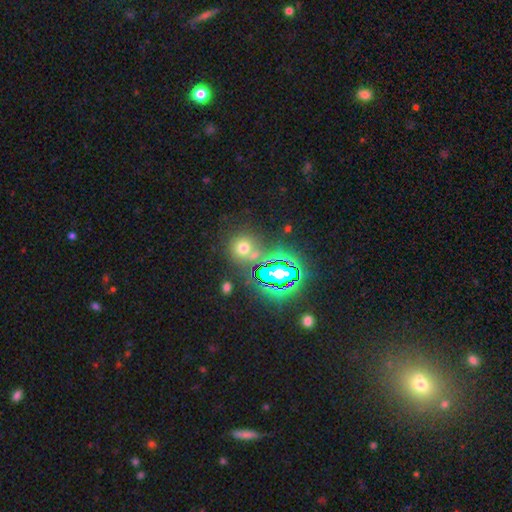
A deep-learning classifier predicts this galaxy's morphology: smooth-or-featured: star or artifact: 54% | smooth: 37% | featured or disk: 9%